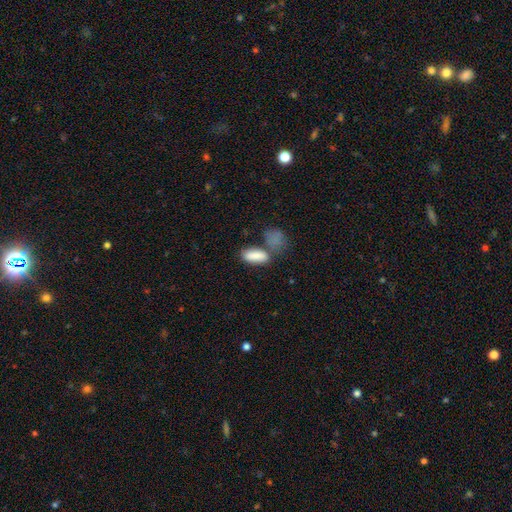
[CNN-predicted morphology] Smooth or featured: smooth — 84% (featured or disk — 8%)
How rounded: in between — 80% (cigar-shaped — 17%)
Merging: none — 48% (merger — 26%)